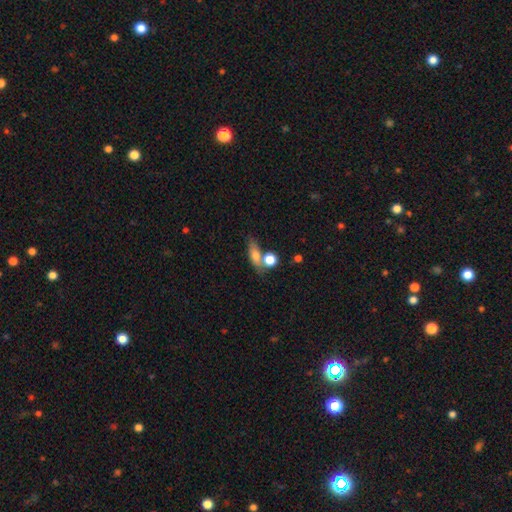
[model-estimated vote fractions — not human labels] This is likely a smooth galaxy (71%). How rounded: possibly in between (52%). Merging: possibly none (50%).